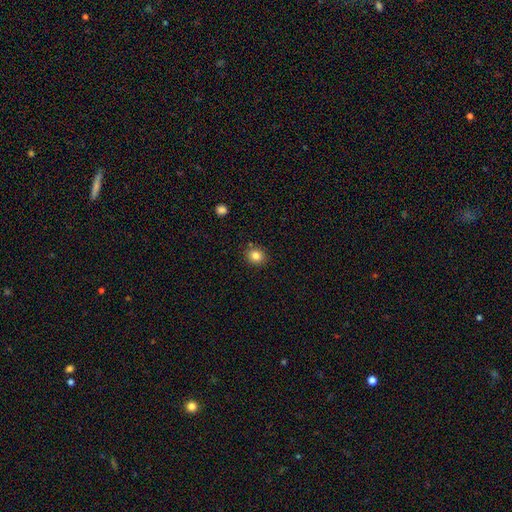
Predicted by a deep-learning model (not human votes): Morphology: type=smooth (83%); roundness=round (81%); merging=none (87%).